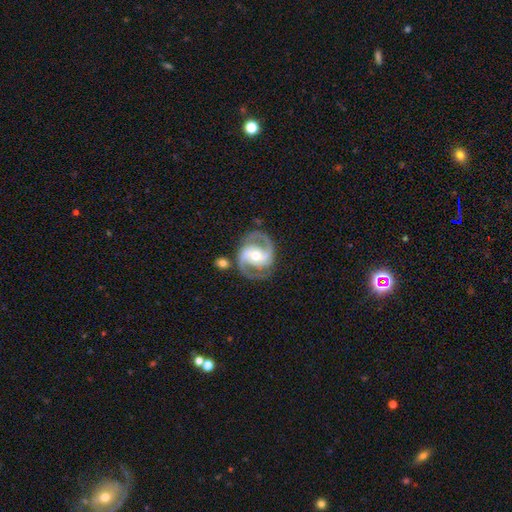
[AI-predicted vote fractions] Smooth or featured? Predicted: featured or disk (p=0.91). Edge-on disk? Predicted: no (p=0.98). Bar? Predicted: weak (p=0.38). Spiral arms? Predicted: yes (p=0.98). Spiral winding? Predicted: medium (p=0.60). Spiral arm count? Predicted: 2 (p=0.91). Bulge size? Predicted: moderate (p=0.65). Merging? Predicted: none (p=0.79).